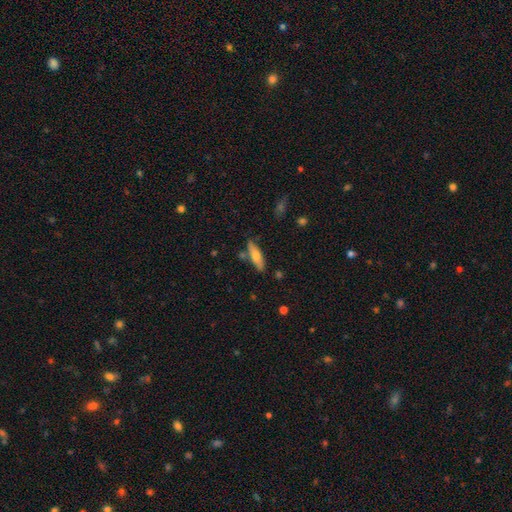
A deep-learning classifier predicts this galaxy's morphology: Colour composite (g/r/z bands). It shows a smooth galaxy with no disk features (61%) that is cigar-shaped (62%). Merging: none (77%).